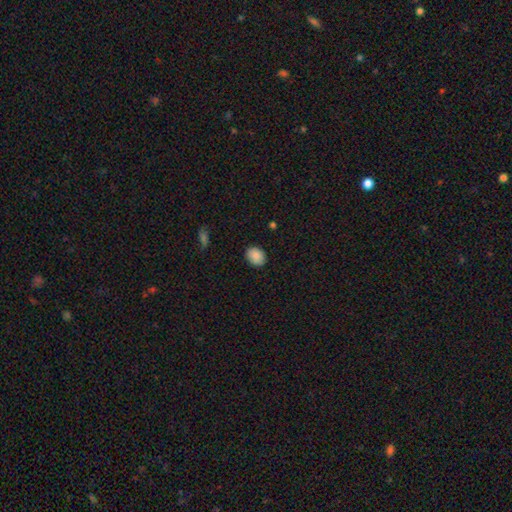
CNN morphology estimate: This is clearly a smooth galaxy (87%). How rounded: likely in between (62%). Merging: clearly none (86%).